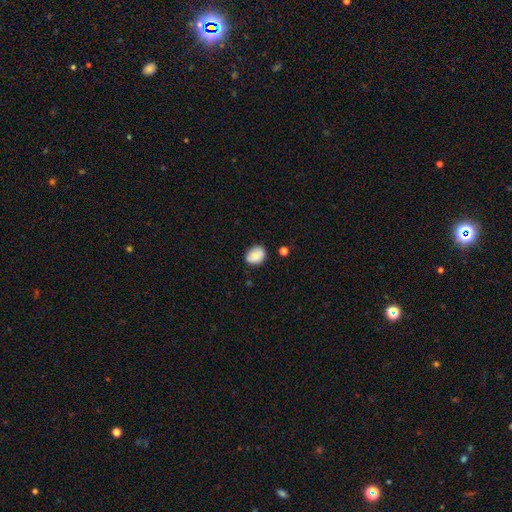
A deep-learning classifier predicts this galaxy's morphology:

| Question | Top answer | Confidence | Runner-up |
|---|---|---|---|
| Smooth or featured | smooth | 80% | featured or disk (11%) |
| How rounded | in between | 58% | round (41%) |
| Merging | none | 77% | minor disturbance (18%) |